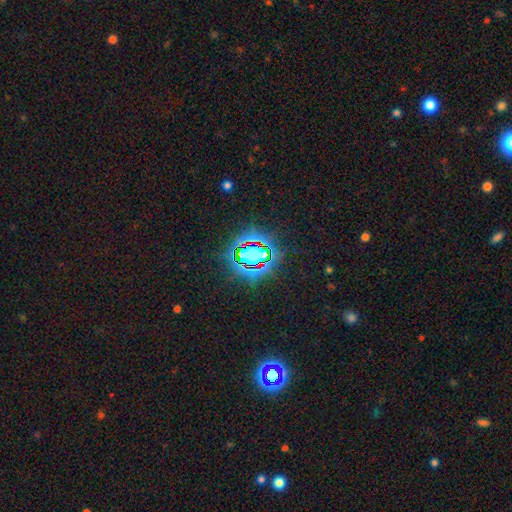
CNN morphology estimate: A star or artifact, not a galaxy (82%).